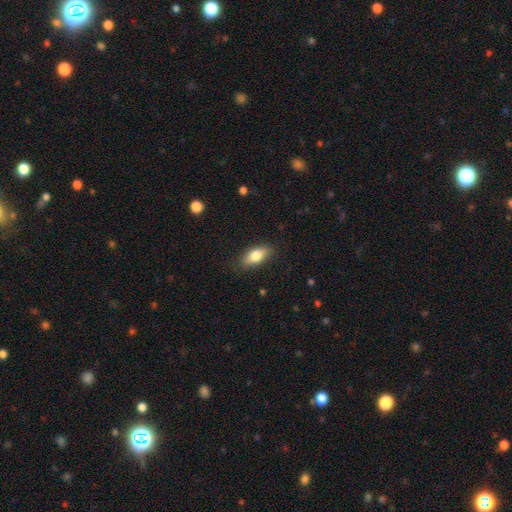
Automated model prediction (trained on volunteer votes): The model was most divided on "smooth or featured": smooth: 77%, featured or disk: 16%, star or artifact: 7%. More confident: how rounded — in between (82%); merging — none (81%).